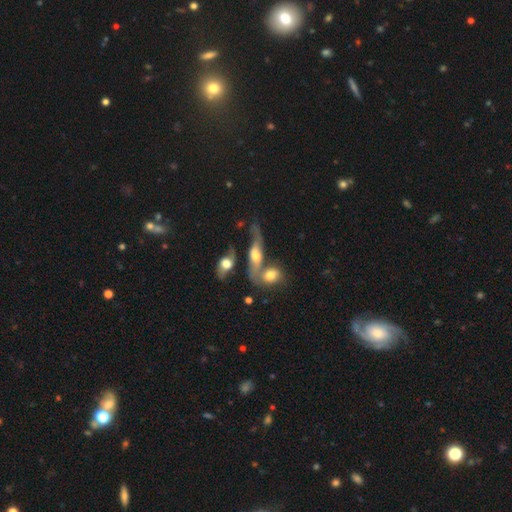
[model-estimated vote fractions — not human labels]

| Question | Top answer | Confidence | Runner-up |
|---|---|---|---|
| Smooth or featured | featured or disk | 57% | smooth (33%) |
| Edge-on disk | no | 58% | yes (42%) |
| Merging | merger | 41% | none (32%) |